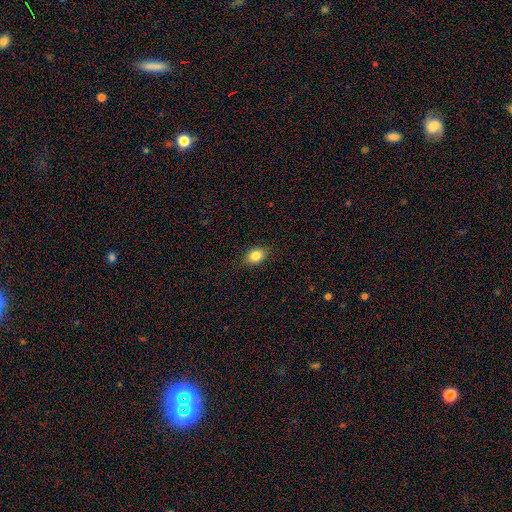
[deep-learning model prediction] Morphology: type=smooth (84%); roundness=in between (75%); merging=none (86%).